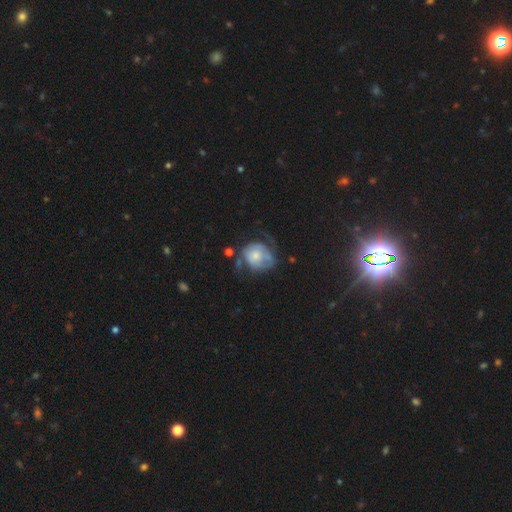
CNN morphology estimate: Smooth or featured? Predicted: featured or disk (p=0.53). Edge-on disk? Predicted: no (p=0.97). Bar? Predicted: no (p=0.82). Spiral arms? Predicted: yes (p=0.63). Bulge size? Predicted: moderate (p=0.40). Merging? Predicted: none (p=0.34).